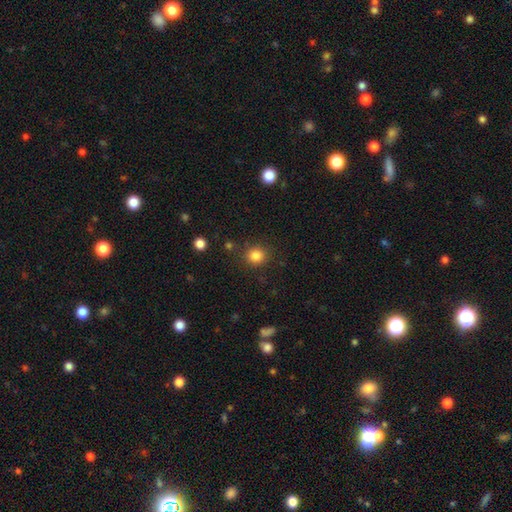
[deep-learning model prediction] Morphology: type=smooth (83%); roundness=round (87%); merging=none (86%).